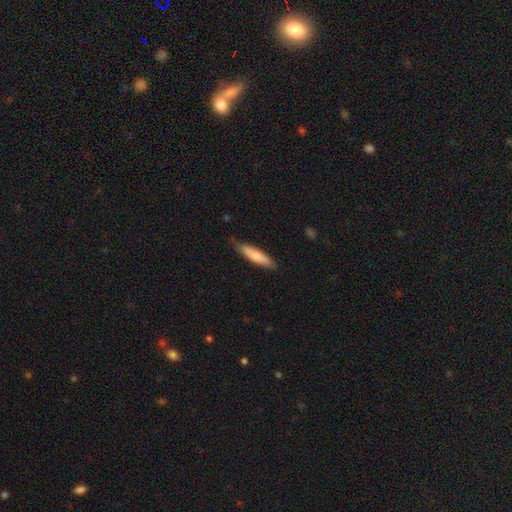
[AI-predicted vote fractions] Overall: smooth (78%). How rounded: cigar-shaped (78%). Merging: none (72%).